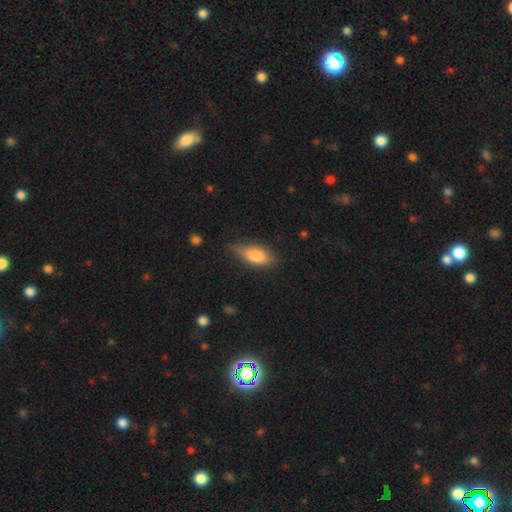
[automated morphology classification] Smooth or featured: smooth — 71% (featured or disk — 22%)
How rounded: in between — 74% (cigar-shaped — 22%)
Merging: none — 67% (minor disturbance — 26%)